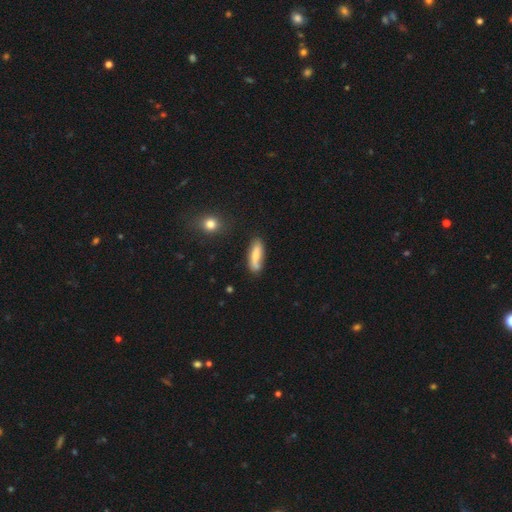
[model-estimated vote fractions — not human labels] smooth 64%, featured or disk 29%, star or artifact 7%. Down the decision tree: how rounded — in between (53%); merging — none (69%).